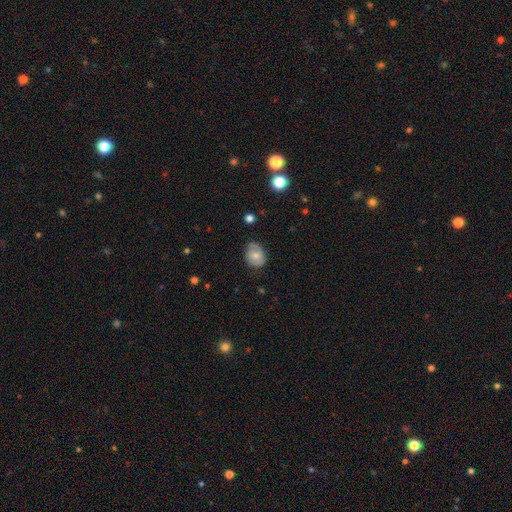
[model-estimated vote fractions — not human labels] Morphology: type=smooth (56%); roundness=in between (54%); merging=none (64%).